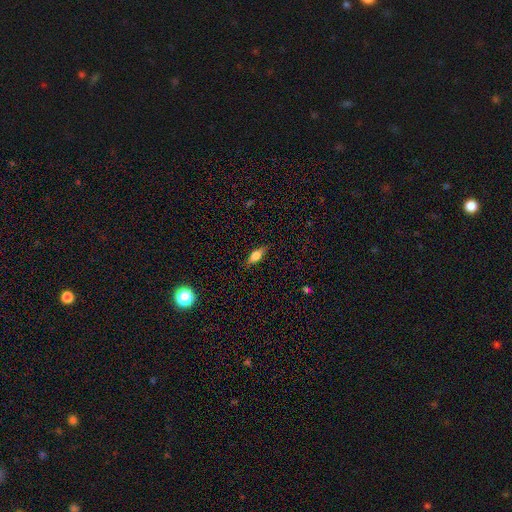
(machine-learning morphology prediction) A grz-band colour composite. It shows a smooth galaxy with no disk features (75%) that is in between round and cigar-shaped (73%). Merging: none (85%).